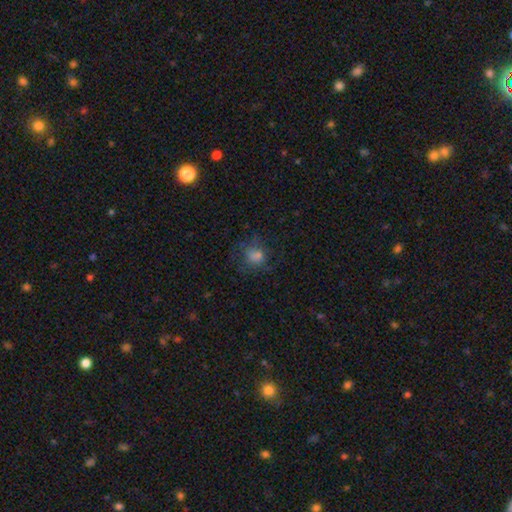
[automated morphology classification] smooth 69%, star or artifact 17%, featured or disk 13%. Down the decision tree: how rounded — round (77%); merging — none (64%).